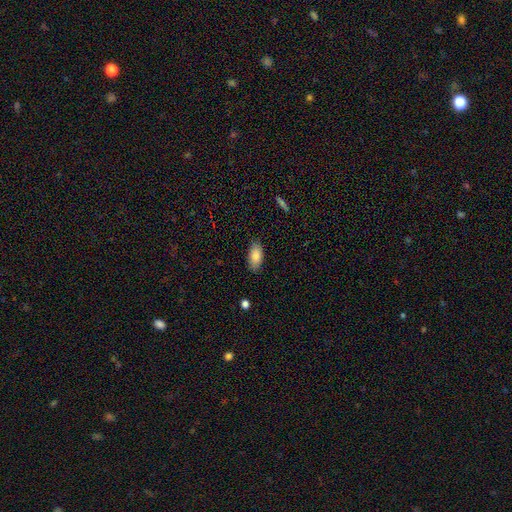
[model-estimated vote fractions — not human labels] This appears to be a smooth galaxy with no disk features (85%) that is in between round and cigar-shaped (91%). Merging: none (86%).